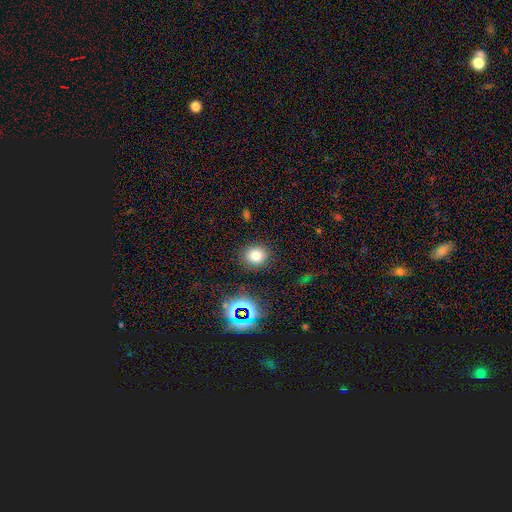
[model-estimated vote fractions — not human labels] A smooth galaxy with no disk features (74%) that is round (77%). Merging: none (87%).